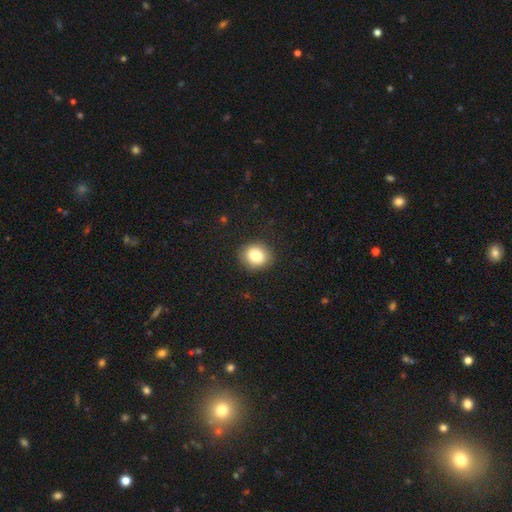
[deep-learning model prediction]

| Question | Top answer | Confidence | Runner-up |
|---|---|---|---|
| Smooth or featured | smooth | 83% | star or artifact (9%) |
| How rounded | round | 70% | in between (29%) |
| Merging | none | 87% | minor disturbance (9%) |